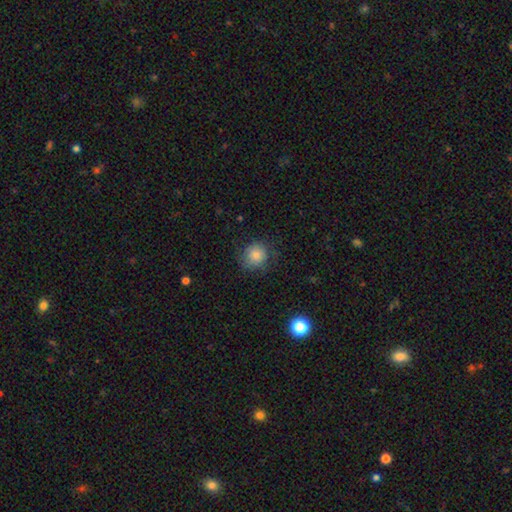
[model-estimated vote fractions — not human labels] A smooth galaxy with no disk features (81%) that is round (86%).

Vote fractions:
- Smooth or featured? smooth: 81% / star or artifact: 10% / featured or disk: 9%
- How rounded? round: 86% / in between: 13% / cigar-shaped: 1%
- Merging? none: 74% / minor disturbance: 18% / major disturbance: 7% / merger: 1%